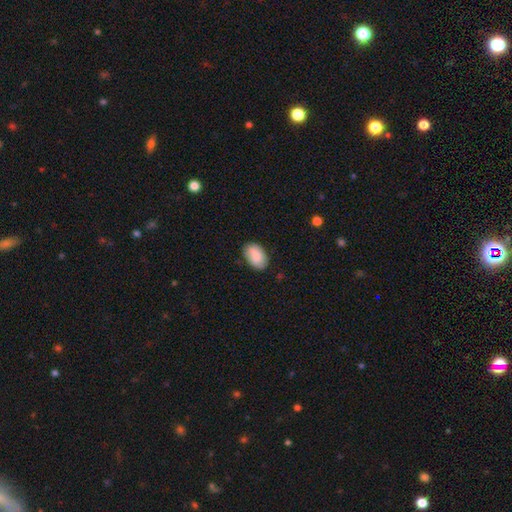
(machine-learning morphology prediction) smooth-or-featured: smooth: 82% | featured or disk: 11% | star or artifact: 7%
  how-rounded: in between: 90% | round: 8% | cigar-shaped: 1%
  merging: none: 78% | minor disturbance: 17% | major disturbance: 3% | merger: 2%